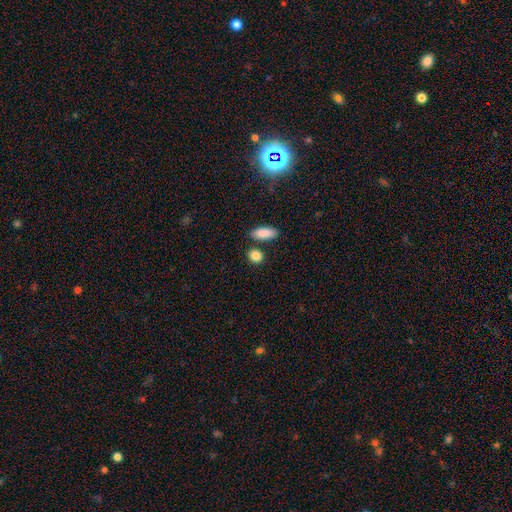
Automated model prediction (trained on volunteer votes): Smooth or featured? Predicted: smooth (p=0.88). How rounded? Predicted: in between (p=0.54). Merging? Predicted: none (p=0.76).